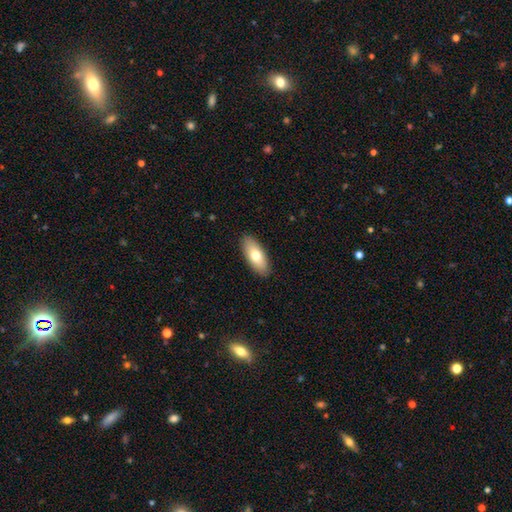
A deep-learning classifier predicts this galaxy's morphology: A smooth galaxy with no disk features (73%) that is in between round and cigar-shaped (84%).

Vote fractions:
- Smooth or featured? smooth: 73% / featured or disk: 21% / star or artifact: 6%
- How rounded? in between: 84% / cigar-shaped: 14% / round: 2%
- Merging? none: 90% / minor disturbance: 8% / major disturbance: 2% / merger: 1%